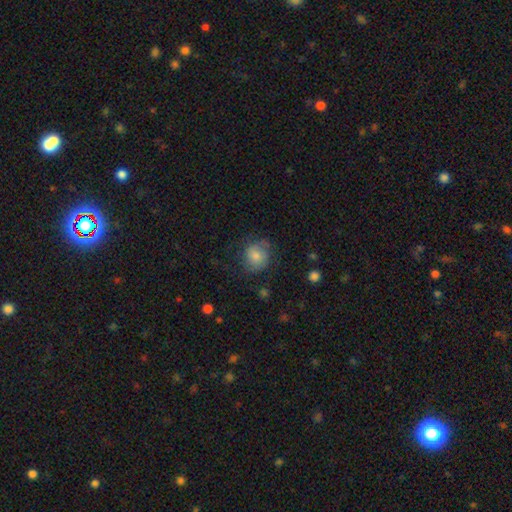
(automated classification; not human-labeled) The model was most divided on "smooth or featured": smooth: 67%, featured or disk: 23%, star or artifact: 10%. More confident: how rounded — round (78%); merging — none (68%).